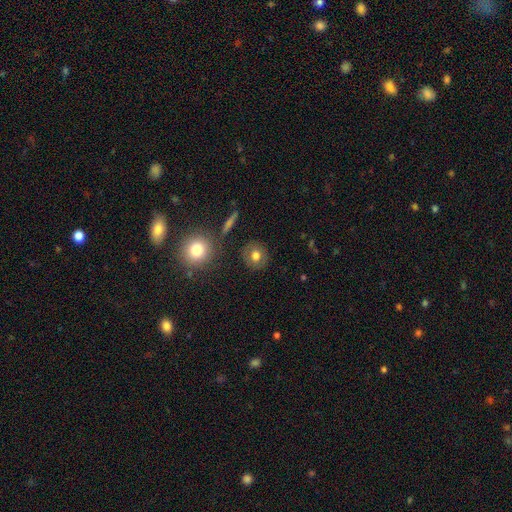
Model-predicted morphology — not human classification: Q: Smooth or featured?
A: smooth (73%); runner-up: featured or disk (17%)
Q: How rounded?
A: round (83%); runner-up: in between (15%)
Q: Merging?
A: none (87%); runner-up: minor disturbance (8%)